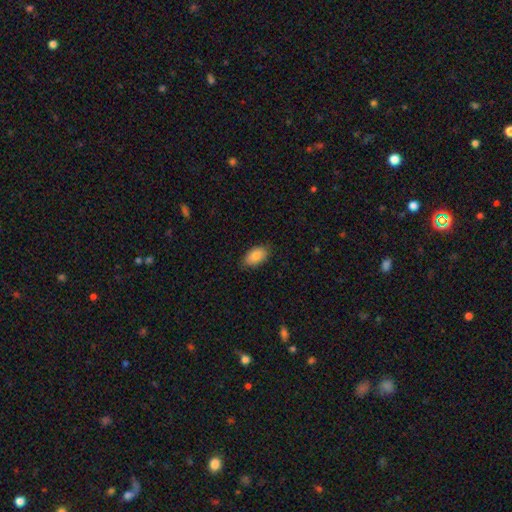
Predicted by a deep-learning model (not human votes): Q: Smooth or featured?
A: smooth (86%); runner-up: featured or disk (7%)
Q: How rounded?
A: in between (93%); runner-up: round (5%)
Q: Merging?
A: none (86%); runner-up: minor disturbance (11%)